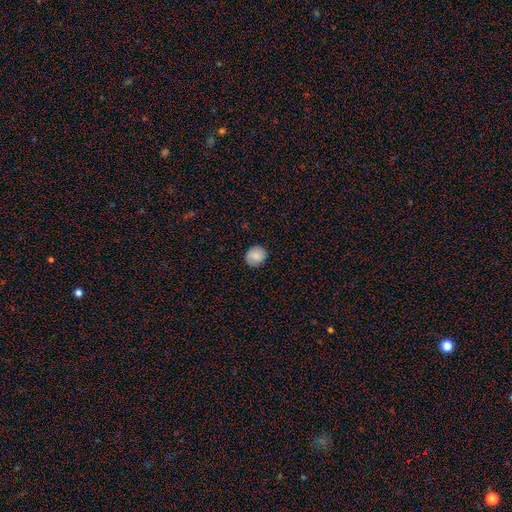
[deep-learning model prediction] The model was most divided on "how rounded": round: 86%, in between: 13%, cigar-shaped: 1%. More confident: merging — none (86%); smooth or featured — smooth (85%).